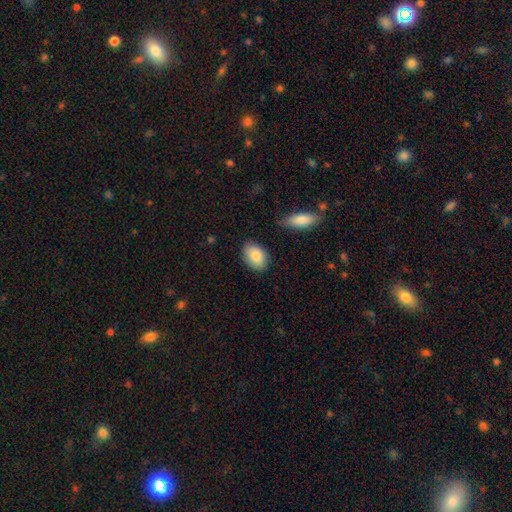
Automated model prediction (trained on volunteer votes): Smooth or featured?
  - smooth: 87% *
  - featured or disk: 7%
  - star or artifact: 6%
How rounded?
  - in between: 82% *
  - round: 16%
  - cigar-shaped: 1%
Merging?
  - none: 81% *
  - minor disturbance: 14%
  - major disturbance: 3%
  - merger: 2%